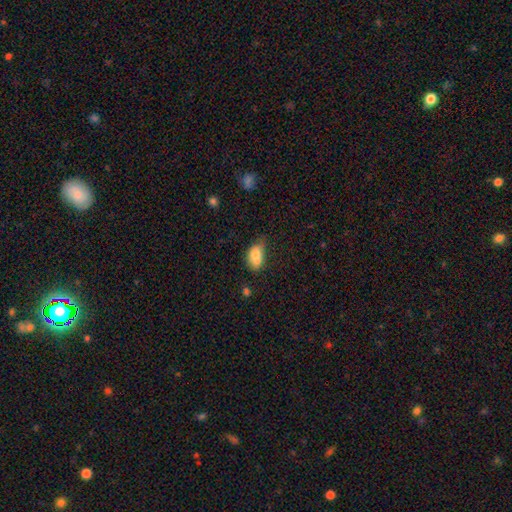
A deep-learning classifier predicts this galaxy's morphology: Overall: smooth (72%). How rounded: in between (79%). Merging: merger (42%; none 29%).